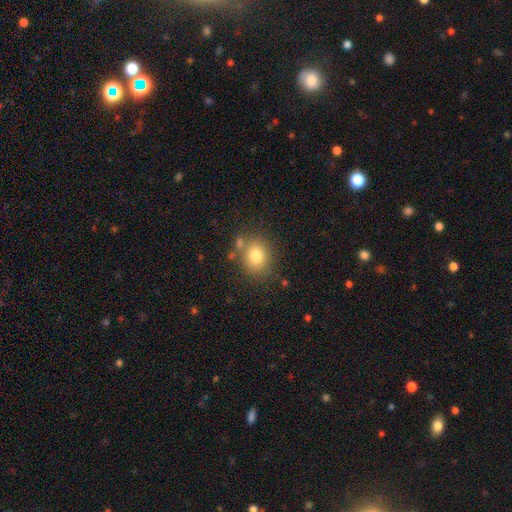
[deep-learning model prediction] Morphology: type=smooth (79%); roundness=round (62%); merging=none (73%).